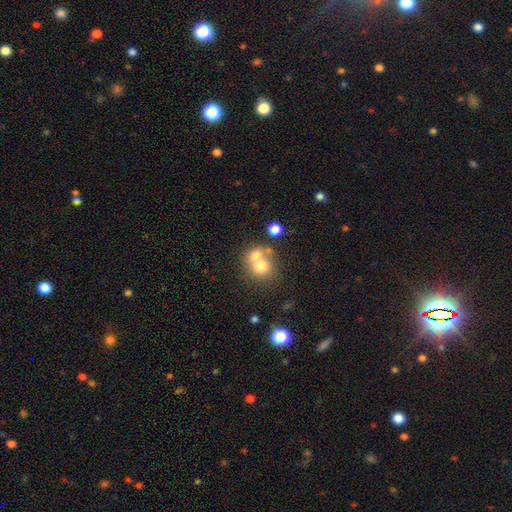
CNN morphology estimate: Smooth or featured? smooth (69%)
How rounded? round (72%)
Merging? merger (60%)